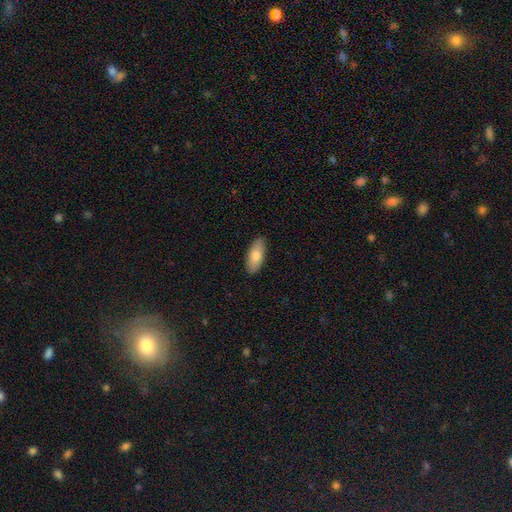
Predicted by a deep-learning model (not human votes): A smooth galaxy with no disk features (78%) that is in between round and cigar-shaped (83%). Merging: none (88%).